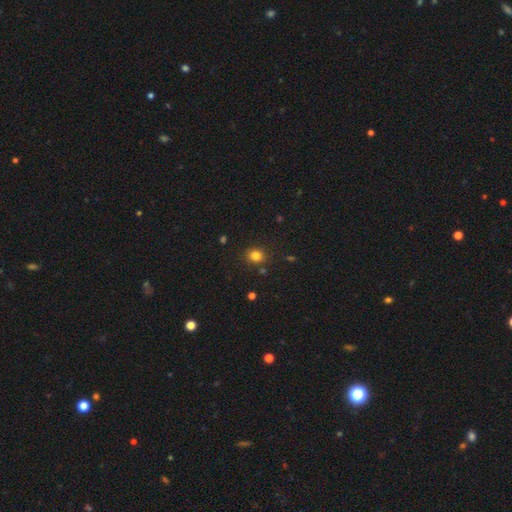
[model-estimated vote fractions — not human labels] smooth 81%, star or artifact 14%, featured or disk 5%. Down the decision tree: how rounded — round (77%); merging — none (85%).